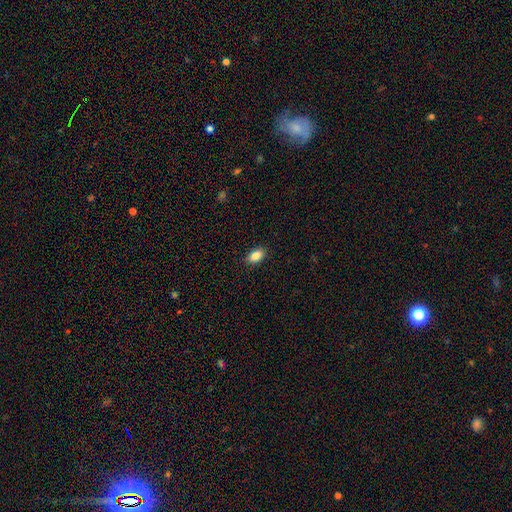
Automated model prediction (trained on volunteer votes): Smooth or featured? Predicted: smooth (p=0.87). How rounded? Predicted: in between (p=0.90). Merging? Predicted: none (p=0.88).